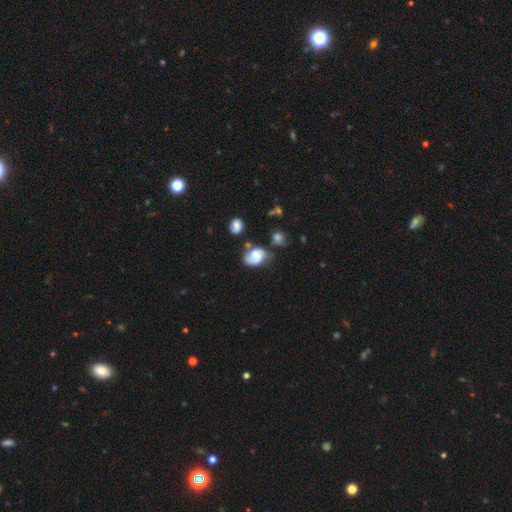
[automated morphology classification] This is possibly a smooth galaxy (59%). How rounded: likely in between (78%). Merging: marginally none (37%).